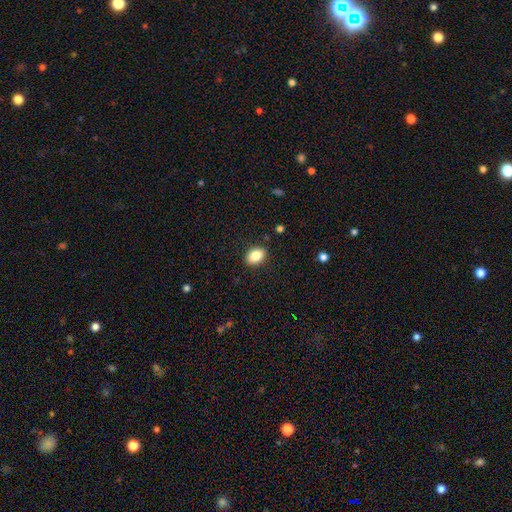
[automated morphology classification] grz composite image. It shows a smooth galaxy with no disk features (85%) that is in between round and cigar-shaped (79%). Merging: none (89%).